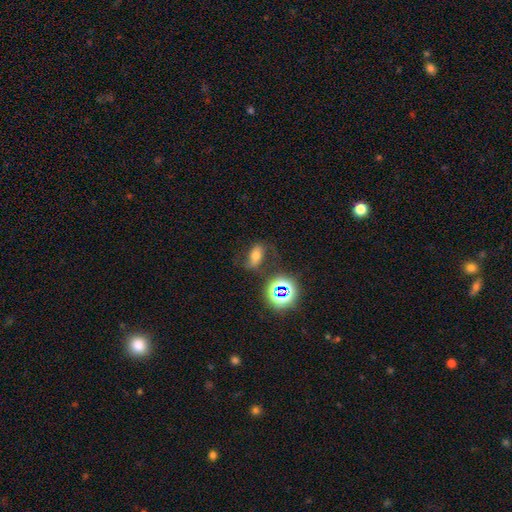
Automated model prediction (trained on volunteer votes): Morphology: type=smooth (45%); merging=none (59%).